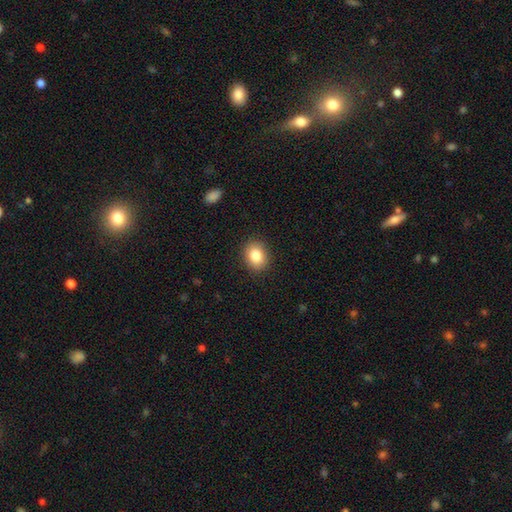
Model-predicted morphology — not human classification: A smooth galaxy with no disk features (84%) that is in between round and cigar-shaped (51%).

Vote fractions:
- Smooth or featured? smooth: 84% / star or artifact: 9% / featured or disk: 7%
- How rounded? in between: 51% / round: 48% / cigar-shaped: 1%
- Merging? none: 89% / minor disturbance: 8% / major disturbance: 2% / merger: 1%